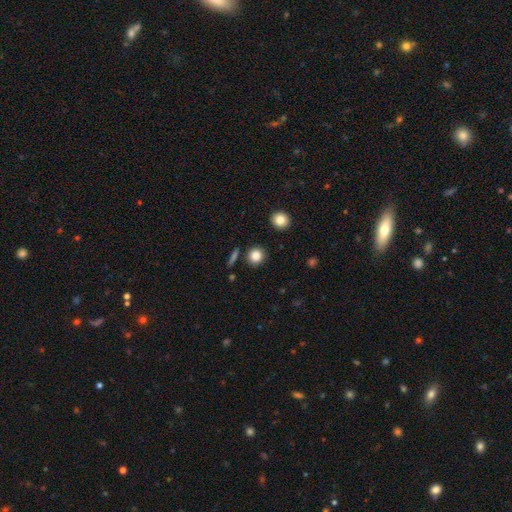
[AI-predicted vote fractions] A smooth galaxy with no disk features (84%) that is round (91%).

Vote fractions:
- Smooth or featured? smooth: 84% / star or artifact: 11% / featured or disk: 5%
- How rounded? round: 91% / in between: 8% / cigar-shaped: 1%
- Merging? none: 88% / minor disturbance: 7% / merger: 3% / major disturbance: 2%